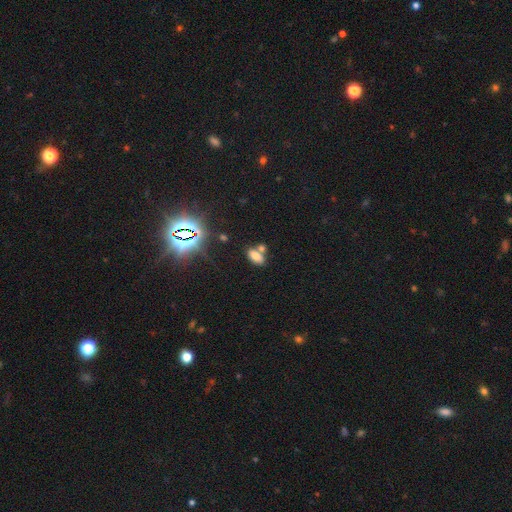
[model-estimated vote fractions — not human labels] Smooth or featured: smooth — 71% (star or artifact — 19%)
How rounded: in between — 88% (round — 6%)
Merging: none — 52% (merger — 34%)